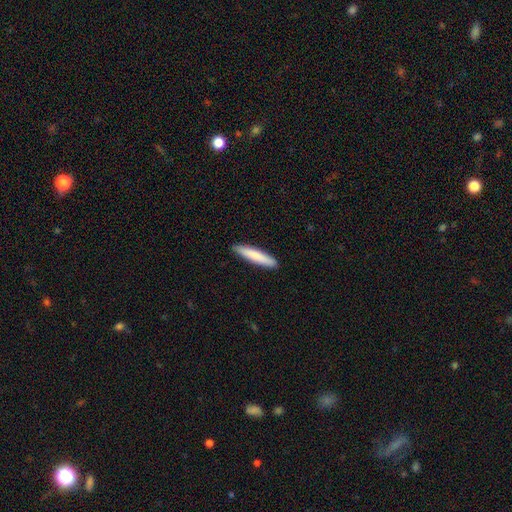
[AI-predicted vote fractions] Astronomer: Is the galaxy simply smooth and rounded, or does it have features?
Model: smooth — 82%.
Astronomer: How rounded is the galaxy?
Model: cigar-shaped — 90%.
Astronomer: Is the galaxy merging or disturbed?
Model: none — 90%.